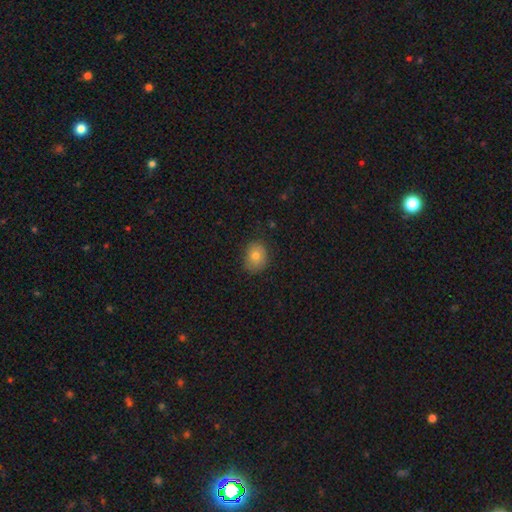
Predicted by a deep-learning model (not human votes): smooth_or_featured: smooth (p=0.78) [alt: featured or disk p=0.11]
how_rounded: in between (p=0.52) [alt: round p=0.47]
merging: none (p=0.79) [alt: minor disturbance p=0.16]